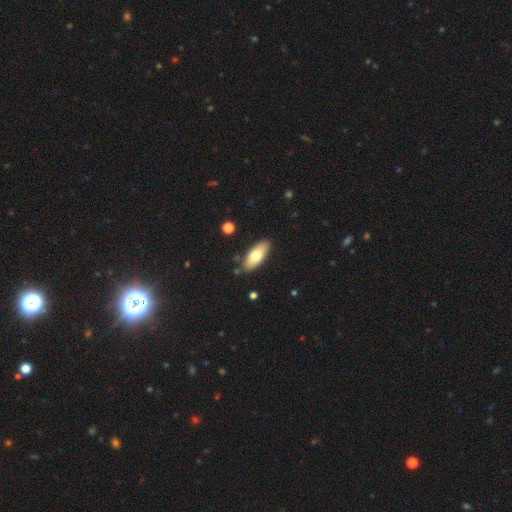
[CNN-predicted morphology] A smooth galaxy with no disk features (71%) that is in between round and cigar-shaped (81%).

Vote fractions:
- Smooth or featured? smooth: 71% / featured or disk: 23% / star or artifact: 6%
- How rounded? in between: 81% / cigar-shaped: 17% / round: 2%
- Merging? none: 85% / minor disturbance: 10% / merger: 2% / major disturbance: 2%